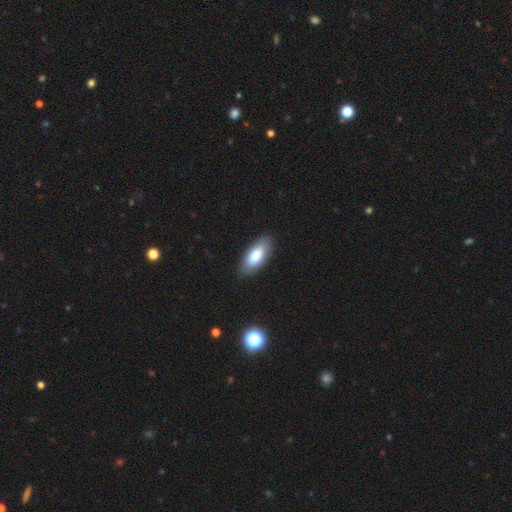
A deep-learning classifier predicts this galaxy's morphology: A smooth galaxy with no disk features (82%) that is in between round and cigar-shaped (85%).

Vote fractions:
- Smooth or featured? smooth: 82% / featured or disk: 12% / star or artifact: 6%
- How rounded? in between: 85% / cigar-shaped: 13% / round: 2%
- Merging? none: 85% / minor disturbance: 11% / major disturbance: 3% / merger: 1%